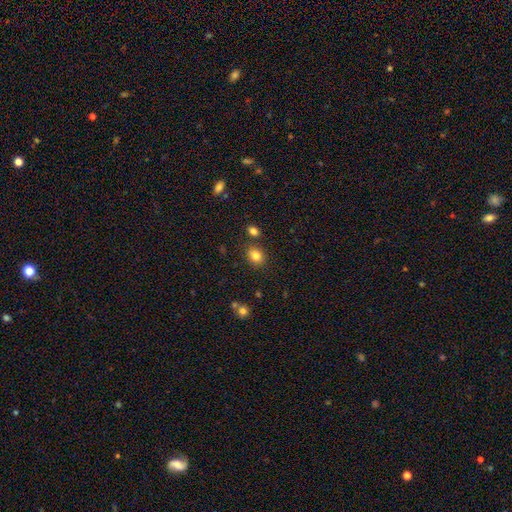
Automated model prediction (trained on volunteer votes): A smooth galaxy with no disk features (82%) that is in between round and cigar-shaped (54%). Merging: none (80%).